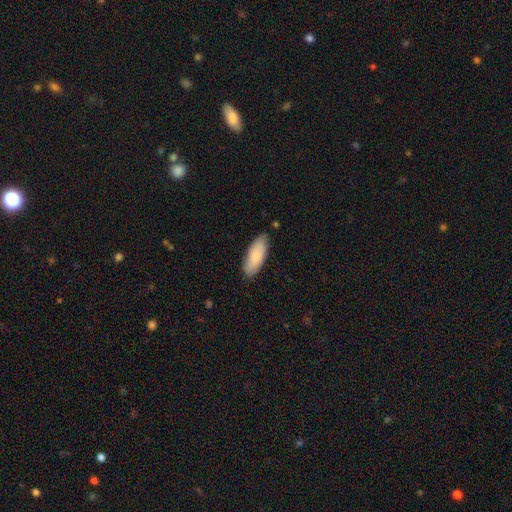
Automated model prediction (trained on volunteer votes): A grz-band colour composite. It shows a smooth galaxy with no disk features (84%) that is in between round and cigar-shaped (69%). Merging: none (81%).